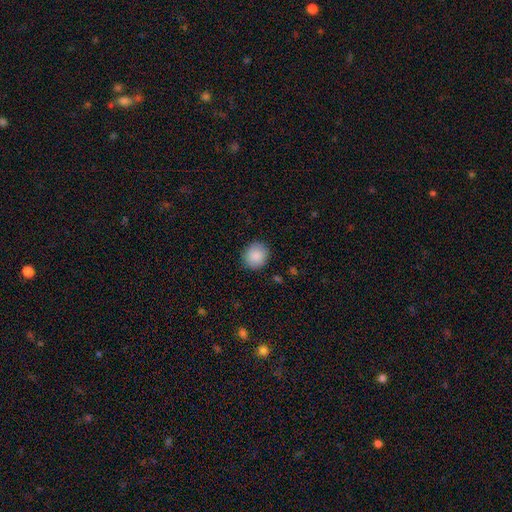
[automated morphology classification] This appears to be a smooth galaxy with no disk features (89%) that is round (88%). Merging: none (90%).